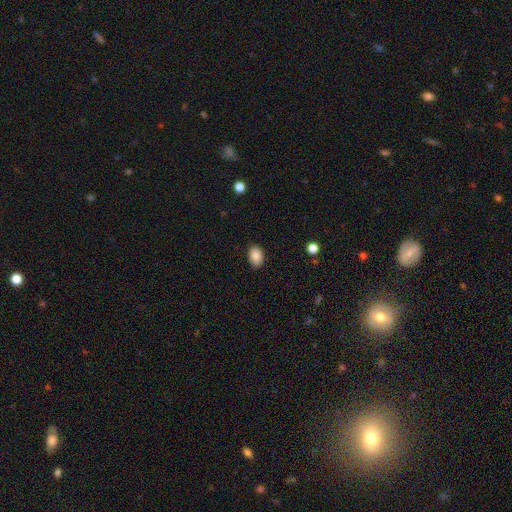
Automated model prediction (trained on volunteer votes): Morphology: type=smooth (88%); roundness=in between (84%); merging=none (86%).